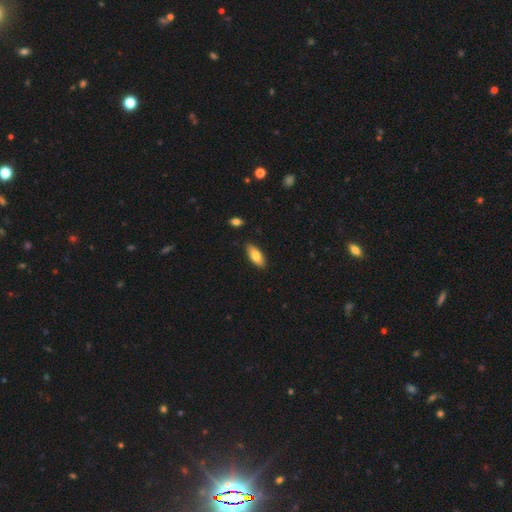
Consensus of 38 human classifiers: This is likely a smooth galaxy (76%). How rounded: clearly in between (86%). Merging: clearly none (83%).